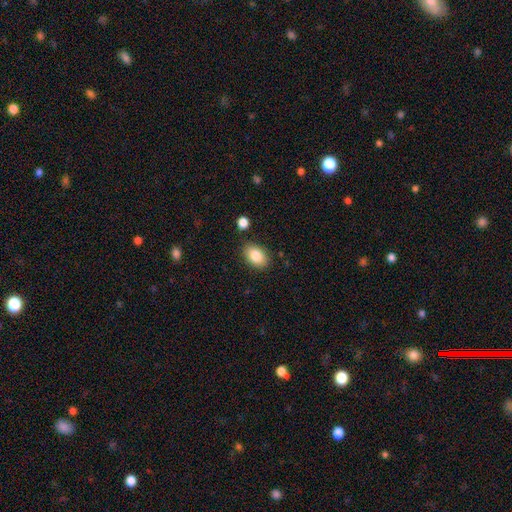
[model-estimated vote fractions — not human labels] The model was most divided on "merging": none: 85%, minor disturbance: 10%, merger: 3%, major disturbance: 2%. More confident: how rounded — in between (87%); smooth or featured — smooth (84%).